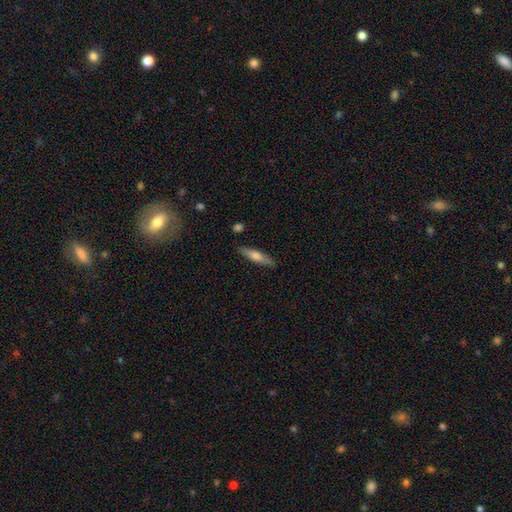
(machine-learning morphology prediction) type=smooth (57%); roundness=cigar-shaped (81%); merging=none (87%).